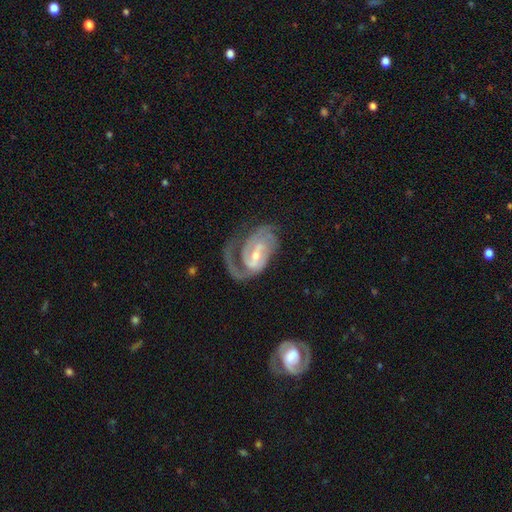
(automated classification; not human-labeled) Morphology: type=featured or disk (88%); edge-on=no (97%); bar=weak (52%); spiral arms=yes (95%); winding=tight (44%); arm count=2 (42%); bulge=small (53%); merging=none (44%).